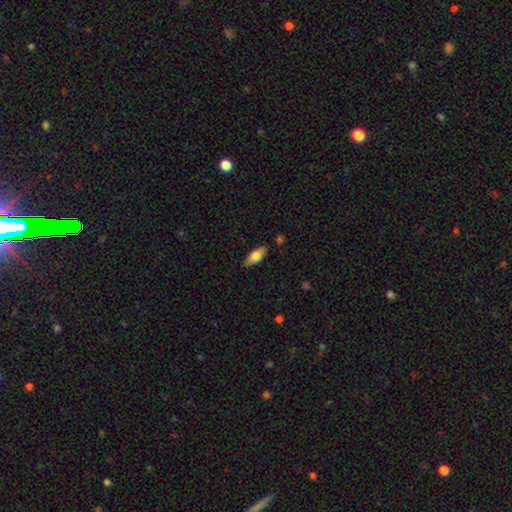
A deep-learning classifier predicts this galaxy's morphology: This is likely a smooth galaxy (72%). How rounded: likely in between (77%). Merging: clearly none (82%).